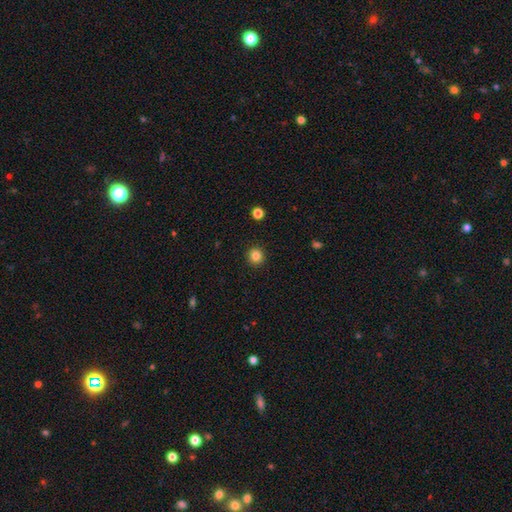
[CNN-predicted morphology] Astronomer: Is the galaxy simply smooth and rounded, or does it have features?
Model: smooth — 84%.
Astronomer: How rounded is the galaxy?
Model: round — 95%.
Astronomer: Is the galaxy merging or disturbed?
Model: none — 93%.